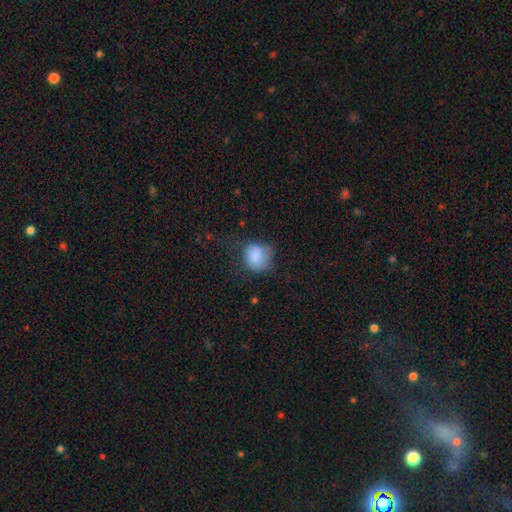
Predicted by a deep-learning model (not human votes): Smooth or featured? Predicted: smooth (p=0.82). How rounded? Predicted: round (p=0.70). Merging? Predicted: none (p=0.48).